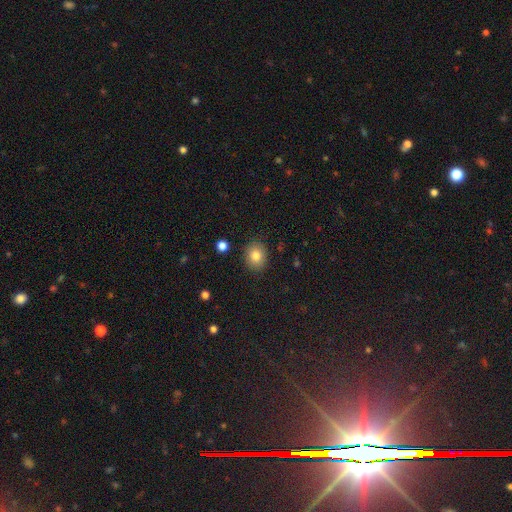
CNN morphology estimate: Smooth or featured?
  - smooth: 82% *
  - star or artifact: 10%
  - featured or disk: 8%
How rounded?
  - round: 64% *
  - in between: 35%
  - cigar-shaped: 1%
Merging?
  - none: 88% *
  - minor disturbance: 8%
  - major disturbance: 2%
  - merger: 1%